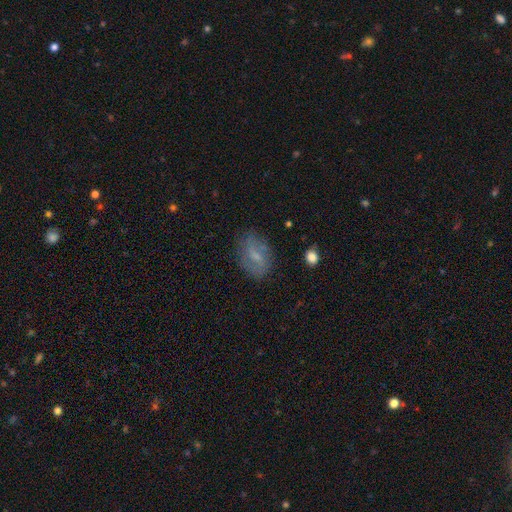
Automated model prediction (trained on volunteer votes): Morphology: type=smooth (47%); merging=none (72%).